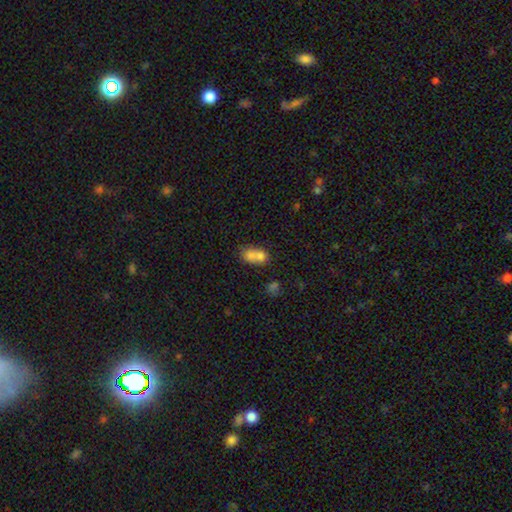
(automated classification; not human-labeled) smooth_or_featured: smooth (p=0.71) [alt: featured or disk p=0.18]
how_rounded: in between (p=0.63) [alt: round p=0.35]
merging: merger (p=0.64) [alt: none p=0.24]